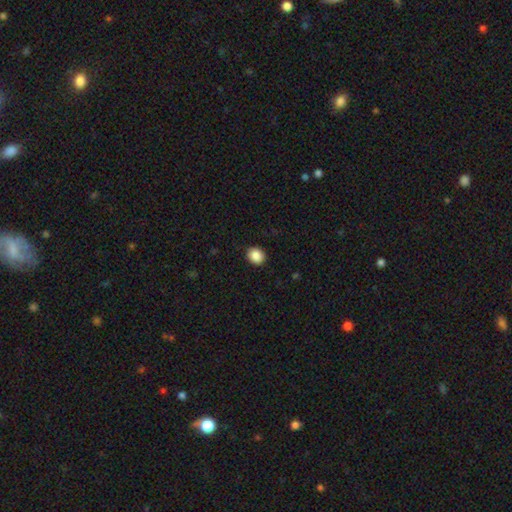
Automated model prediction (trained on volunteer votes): smooth 88%, star or artifact 9%, featured or disk 3%. Down the decision tree: how rounded — round (68%); merging — none (91%).